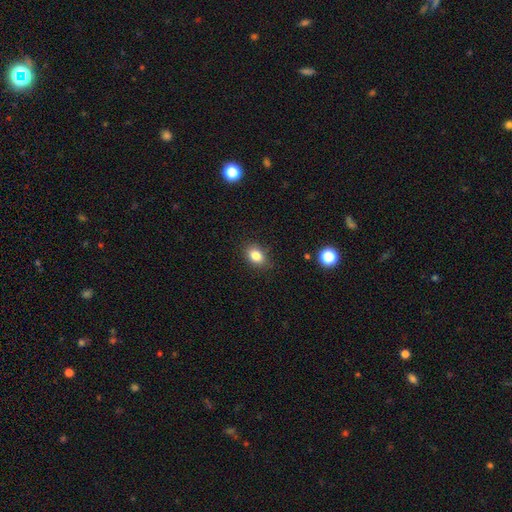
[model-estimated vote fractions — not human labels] Q: Smooth or featured?
A: smooth (83%); runner-up: star or artifact (10%)
Q: How rounded?
A: in between (70%); runner-up: round (29%)
Q: Merging?
A: none (83%); runner-up: minor disturbance (13%)